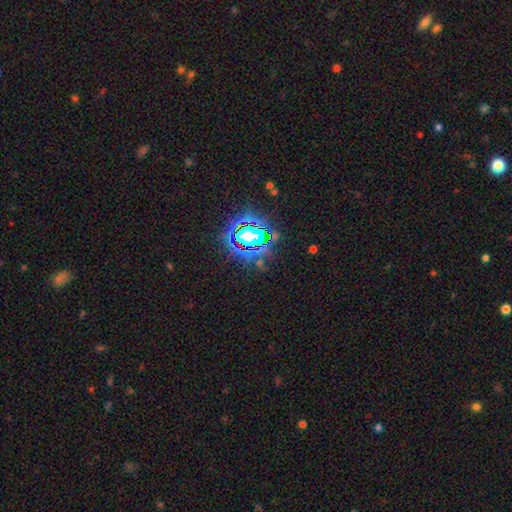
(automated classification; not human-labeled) star or artifact 80%, smooth 13%, featured or disk 8%.